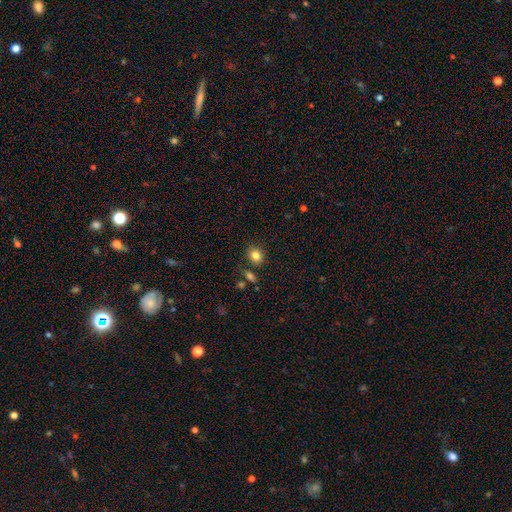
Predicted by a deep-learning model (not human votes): A smooth galaxy with no disk features (83%) that is round (60%). Merging: none (81%).